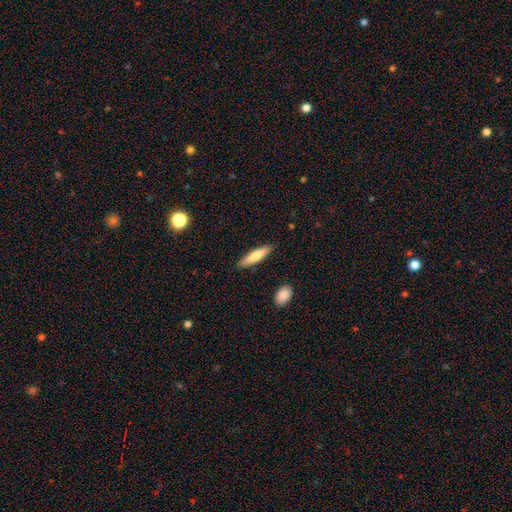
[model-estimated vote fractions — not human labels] Q: Smooth or featured?
A: smooth (72%); runner-up: featured or disk (23%)
Q: How rounded?
A: cigar-shaped (80%); runner-up: in between (18%)
Q: Merging?
A: none (88%); runner-up: minor disturbance (8%)